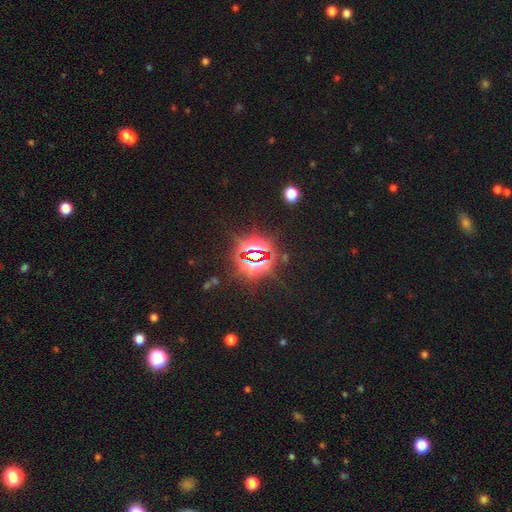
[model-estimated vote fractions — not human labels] Smooth or featured?
  - star or artifact: 83% *
  - smooth: 10%
  - featured or disk: 7%